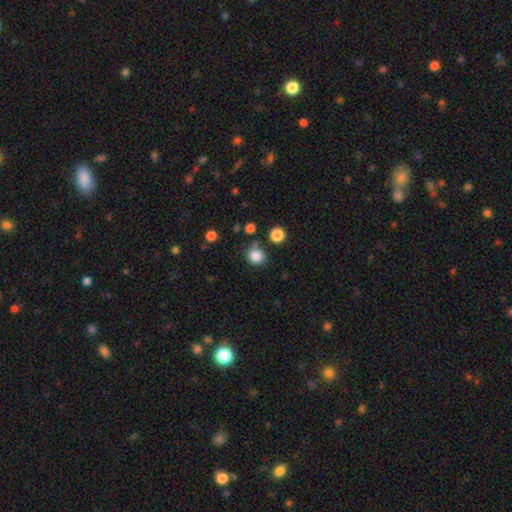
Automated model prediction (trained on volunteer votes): Q: Smooth or featured?
A: smooth (84%); runner-up: star or artifact (11%)
Q: How rounded?
A: round (87%); runner-up: in between (12%)
Q: Merging?
A: none (74%); runner-up: minor disturbance (14%)